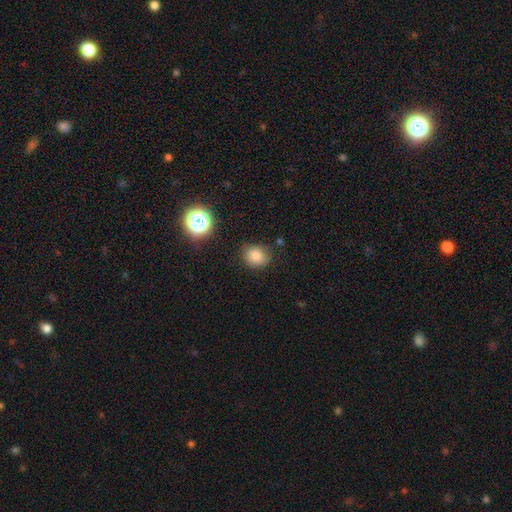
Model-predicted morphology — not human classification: A smooth galaxy with no disk features (80%) that is round (75%). Merging: none (78%).